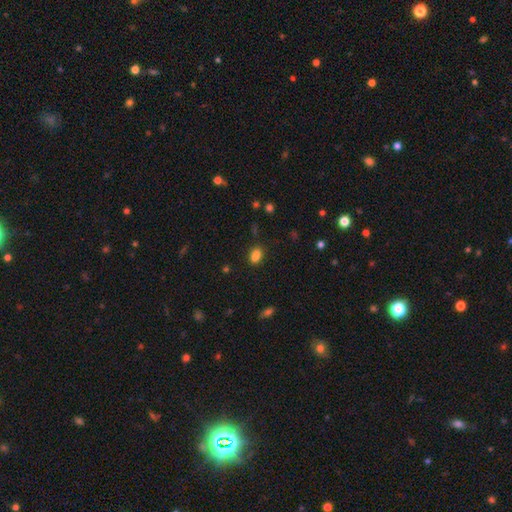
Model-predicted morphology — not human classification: smooth 81%, star or artifact 14%, featured or disk 5%. Down the decision tree: how rounded — in between (76%); merging — none (70%).